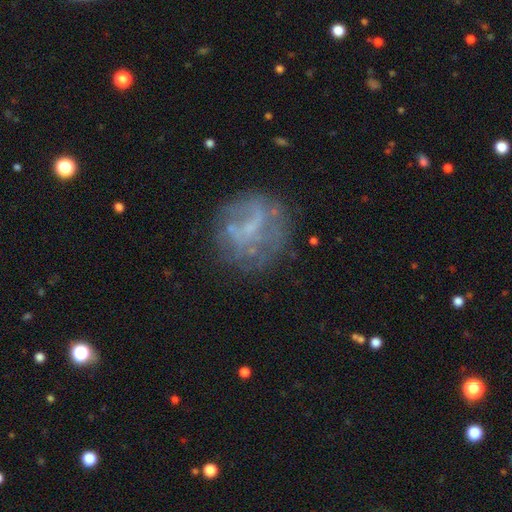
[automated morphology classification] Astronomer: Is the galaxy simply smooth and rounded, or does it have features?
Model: featured or disk — 53% (runner-up: smooth, 29%).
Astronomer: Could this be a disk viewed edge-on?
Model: no — 96%.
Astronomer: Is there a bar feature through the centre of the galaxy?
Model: no — 49% (runner-up: weak, 36%).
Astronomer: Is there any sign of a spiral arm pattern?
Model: no — 60% (runner-up: yes, 40%).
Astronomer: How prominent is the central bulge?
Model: small — 49% (runner-up: none, 39%).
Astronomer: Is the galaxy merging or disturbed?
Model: none — 69%.